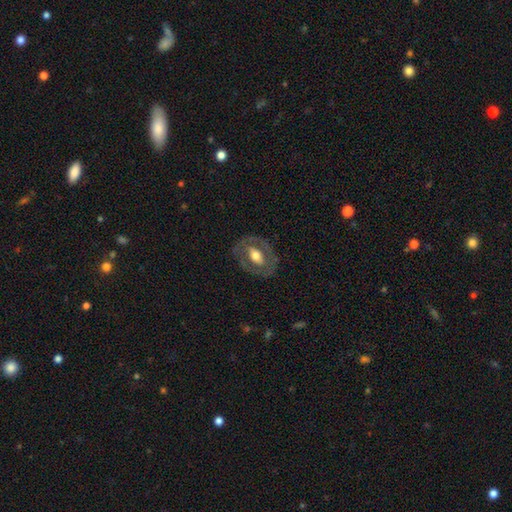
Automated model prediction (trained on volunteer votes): featured or disk 56%, smooth 38%, star or artifact 6%. Down the decision tree: edge-on disk — no (92%); bar — no (57%); spiral arms — no (80%); bulge size — moderate (62%); merging — none (77%).